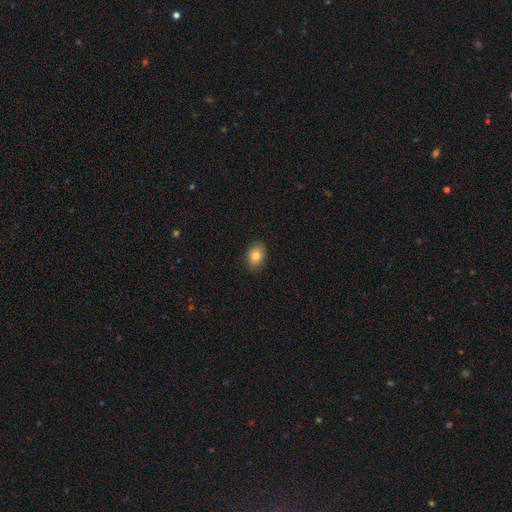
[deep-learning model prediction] A smooth galaxy with no disk features (82%) that is in between round and cigar-shaped (78%).

Vote fractions:
- Smooth or featured? smooth: 82% / featured or disk: 9% / star or artifact: 9%
- How rounded? in between: 78% / round: 20% / cigar-shaped: 1%
- Merging? none: 87% / minor disturbance: 10% / major disturbance: 2% / merger: 1%